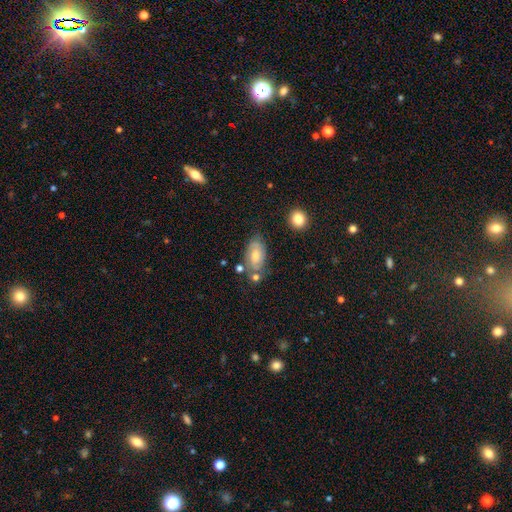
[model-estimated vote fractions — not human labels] Smooth or featured? smooth (50%)
How rounded? in between (90%)
Merging? none (59%)